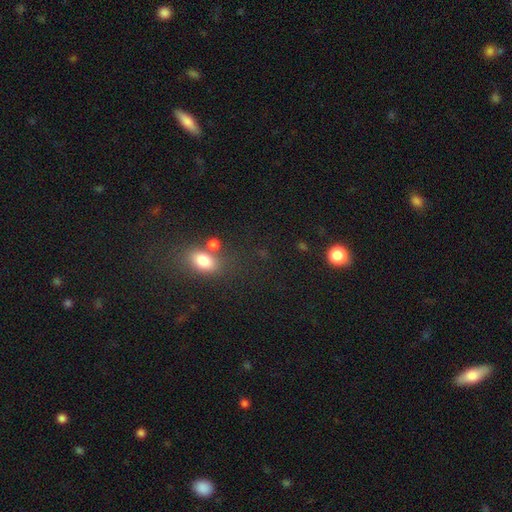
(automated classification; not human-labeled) This appears to be a smooth galaxy with no disk features (61%) that is in between round and cigar-shaped (54%). Merging: none (64%).